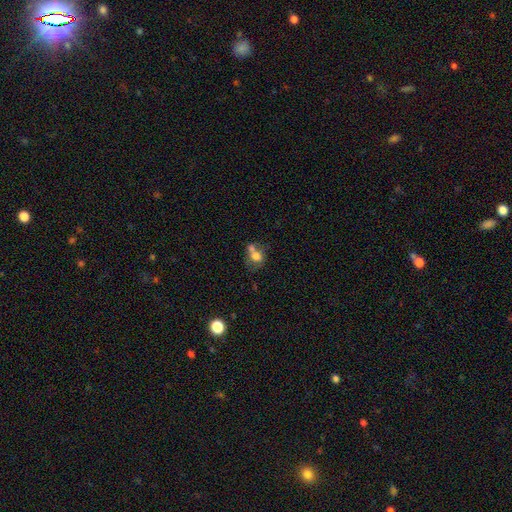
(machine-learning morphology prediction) Smooth or featured? smooth (70%)
How rounded? round (59%)
Merging? merger (52%)